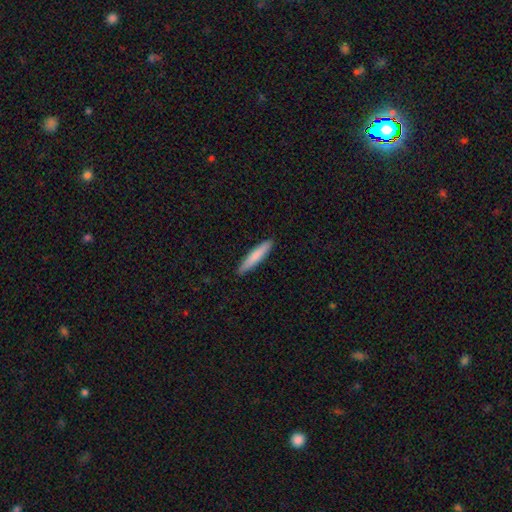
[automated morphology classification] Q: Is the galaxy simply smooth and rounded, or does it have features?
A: smooth — 80%.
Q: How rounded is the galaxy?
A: cigar-shaped — 90%.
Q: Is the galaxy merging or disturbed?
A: none — 90%.